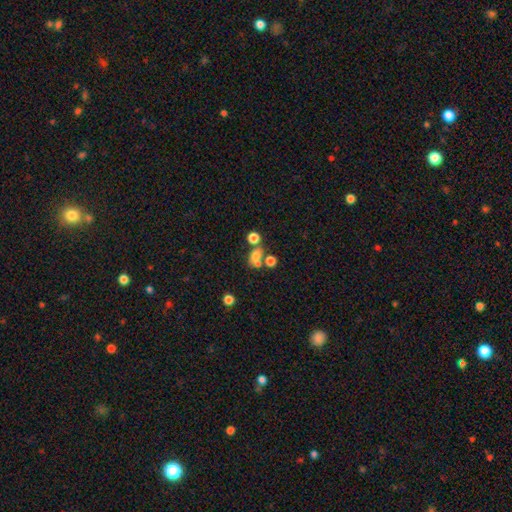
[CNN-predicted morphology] Smooth or featured? smooth (68%)
How rounded? round (51%)
Merging? none (41%, tied with merger)